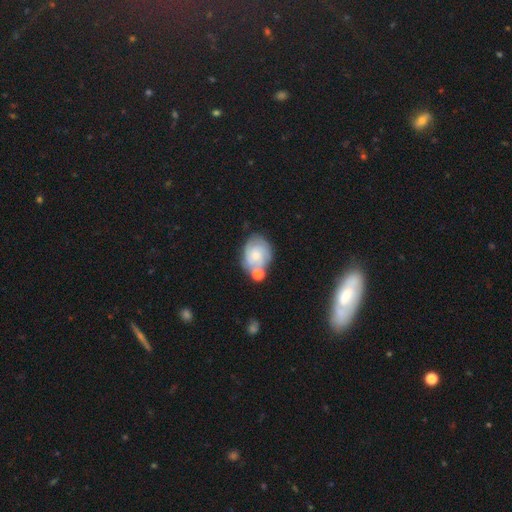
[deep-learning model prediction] The model was most divided on "smooth or featured": featured or disk: 48%, smooth: 44%, star or artifact: 8%. Remaining: merging — none (48%).